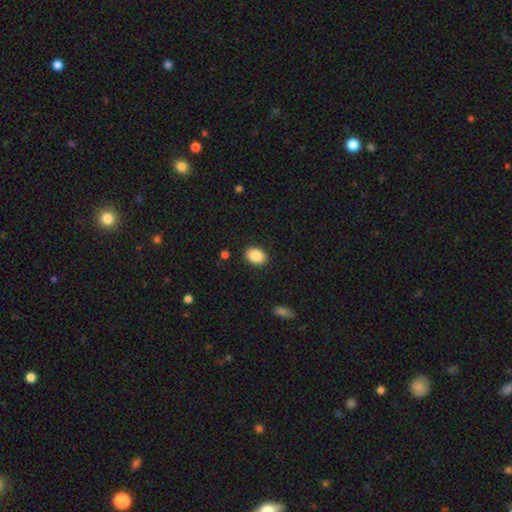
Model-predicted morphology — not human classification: Smooth or featured? smooth (87%)
How rounded? in between (69%)
Merging? none (90%)